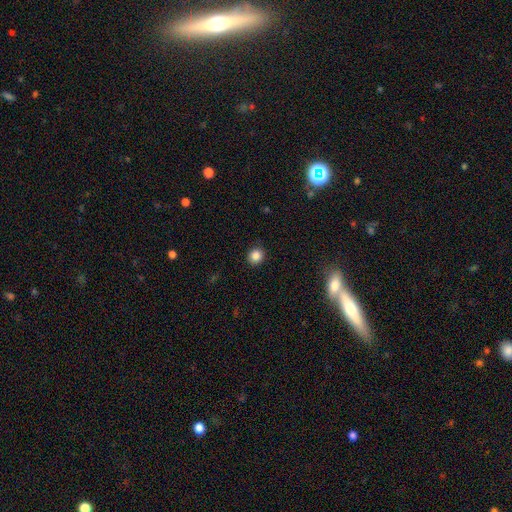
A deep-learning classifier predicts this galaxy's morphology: Smooth or featured? smooth (85%)
How rounded? round (87%)
Merging? none (90%)